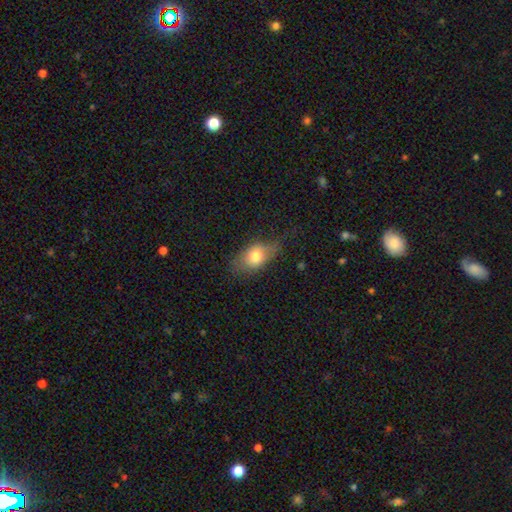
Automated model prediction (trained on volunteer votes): Smooth or featured? Predicted: smooth (p=0.74). How rounded? Predicted: in between (p=0.80). Merging? Predicted: none (p=0.55).